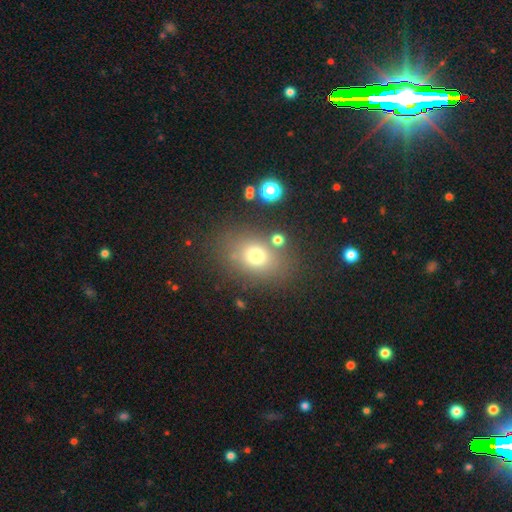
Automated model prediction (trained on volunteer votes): smooth-or-featured: smooth: 70% | star or artifact: 17% | featured or disk: 13%
  how-rounded: in between: 55% | round: 44% | cigar-shaped: 1%
  merging: none: 74% | minor disturbance: 12% | merger: 7% | major disturbance: 6%